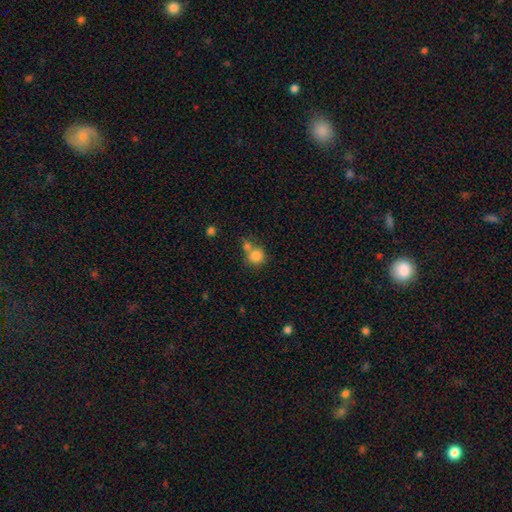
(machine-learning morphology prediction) The model was most divided on "merging": none: 49%, merger: 37%, minor disturbance: 10%, major disturbance: 4%. More confident: how rounded — round (87%); smooth or featured — smooth (81%).